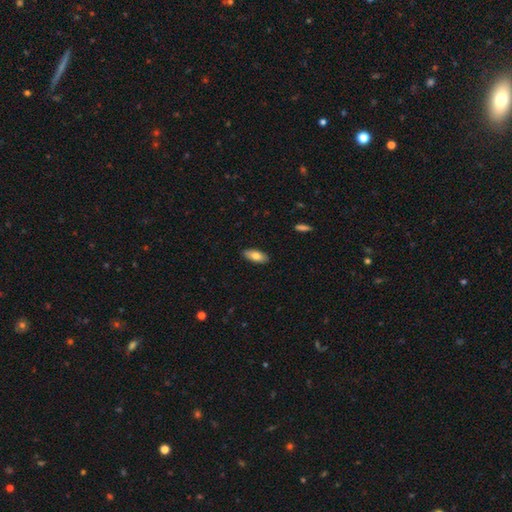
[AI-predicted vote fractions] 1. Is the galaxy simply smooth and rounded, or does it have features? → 79% smooth, 14% featured or disk, 6% star or artifact.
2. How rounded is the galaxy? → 85% in between, 13% cigar-shaped, 2% round.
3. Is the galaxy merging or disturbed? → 89% none, 9% minor disturbance, 2% major disturbance, 1% merger.